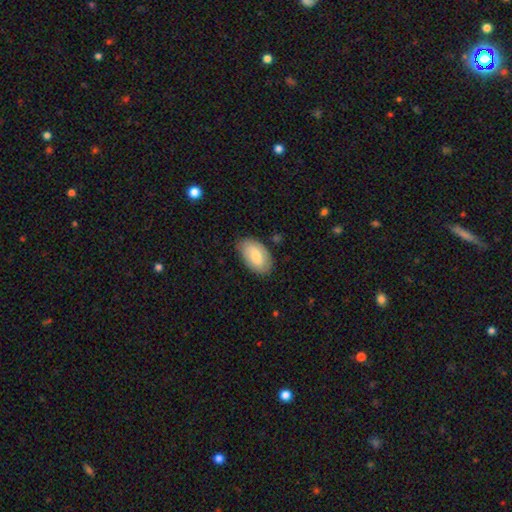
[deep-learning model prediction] smooth_or_featured: smooth (p=0.74) [alt: featured or disk p=0.21]
how_rounded: in between (p=0.94) [alt: round p=0.04]
merging: none (p=0.80) [alt: minor disturbance p=0.16]